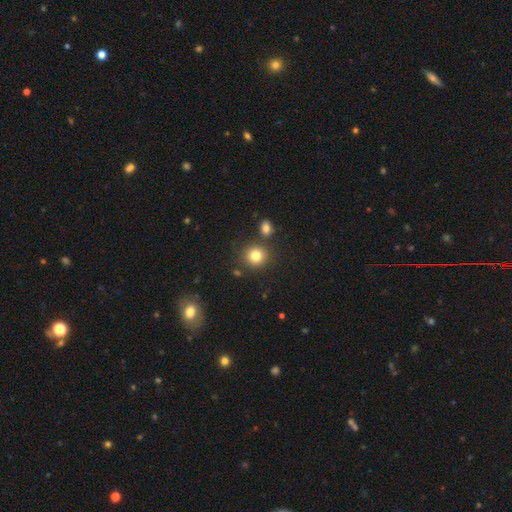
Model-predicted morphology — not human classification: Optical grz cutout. It shows a smooth galaxy with no disk features (81%) that is round (87%). Merging: none (80%).